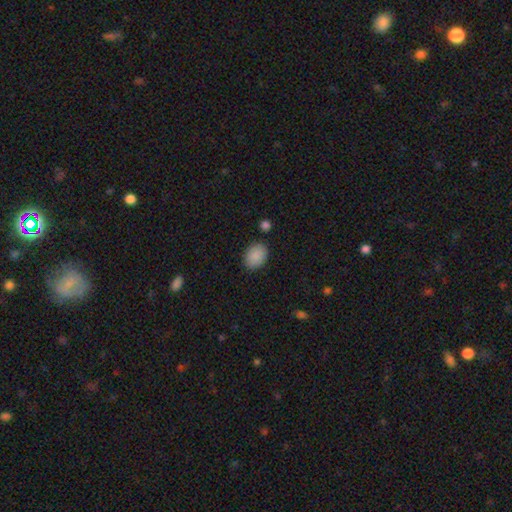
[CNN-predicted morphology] smooth 89%, star or artifact 7%, featured or disk 3%. Down the decision tree: how rounded — in between (67%); merging — none (84%).